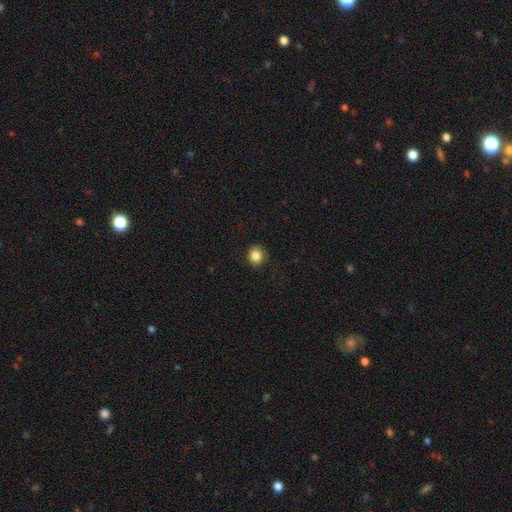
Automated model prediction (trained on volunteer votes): Smooth or featured? smooth (85%)
How rounded? round (82%)
Merging? none (85%)